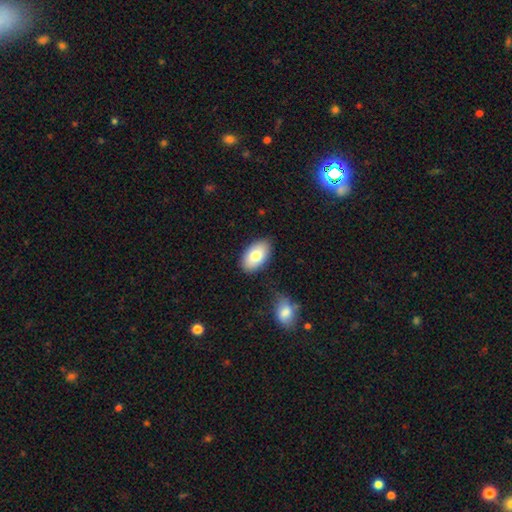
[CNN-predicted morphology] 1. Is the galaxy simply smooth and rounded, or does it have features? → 77% smooth, 16% featured or disk, 7% star or artifact.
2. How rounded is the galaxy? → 94% in between, 5% round, 1% cigar-shaped.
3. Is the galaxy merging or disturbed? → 83% none, 11% minor disturbance, 3% merger, 2% major disturbance.